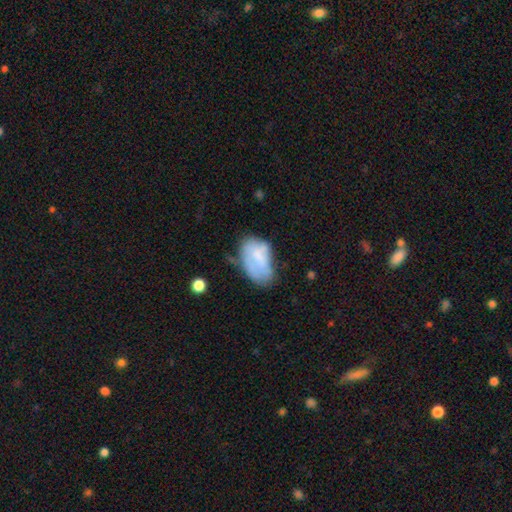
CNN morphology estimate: smooth 61%, featured or disk 30%, star or artifact 9%. Down the decision tree: how rounded — in between (92%); merging — none (39%).